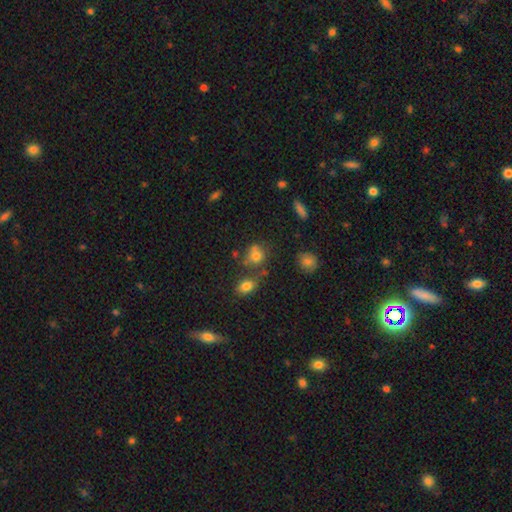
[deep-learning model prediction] A smooth galaxy with no disk features (73%) that is round (67%). Merging: none (48%).